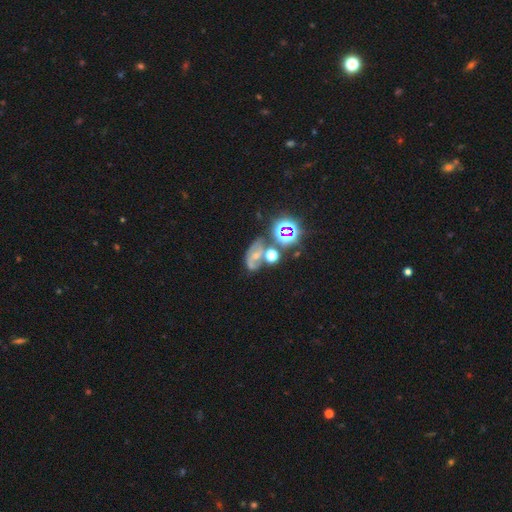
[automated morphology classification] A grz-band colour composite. It shows a featured or disk galaxy (43%). Merging: none (41%).